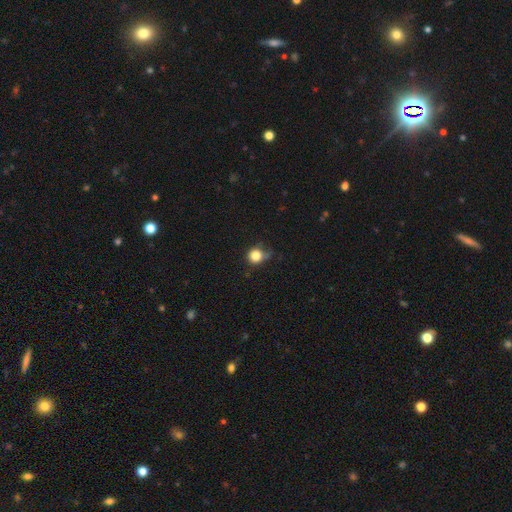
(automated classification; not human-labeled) smooth 82%, star or artifact 11%, featured or disk 7%. Down the decision tree: how rounded — round (86%); merging — none (56%).